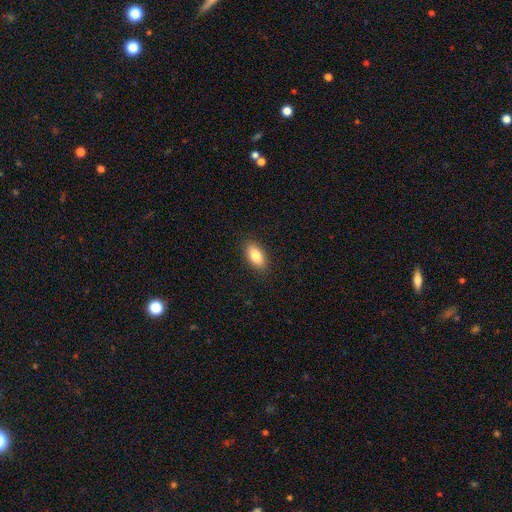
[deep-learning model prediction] This is clearly a smooth galaxy (84%). How rounded: clearly in between (91%). Merging: clearly none (89%).